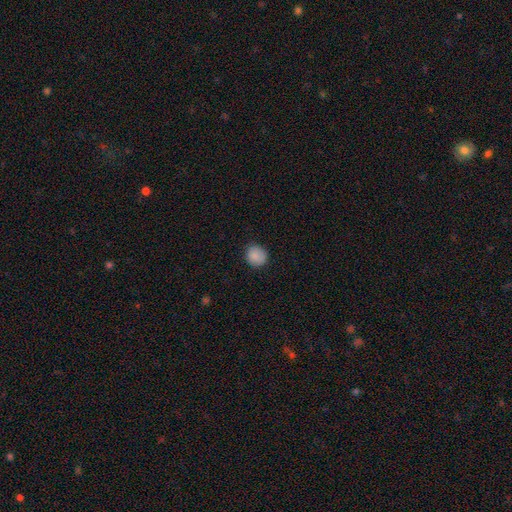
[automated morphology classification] smooth-or-featured: smooth: 88% | star or artifact: 8% | featured or disk: 4%
  how-rounded: round: 88% | in between: 11% | cigar-shaped: 1%
  merging: none: 85% | minor disturbance: 11% | major disturbance: 2% | merger: 1%